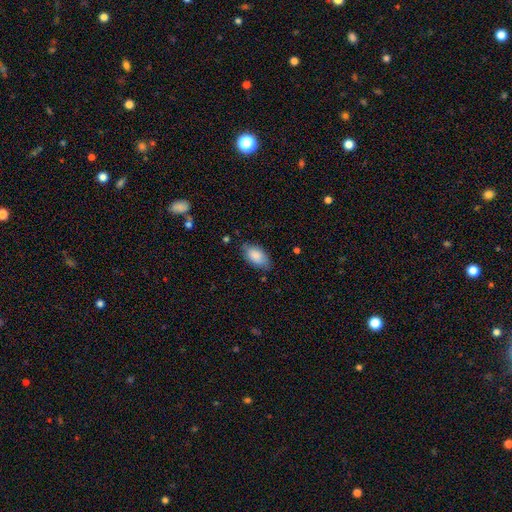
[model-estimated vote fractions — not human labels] smooth-or-featured: smooth: 85% | featured or disk: 8% | star or artifact: 6%
  how-rounded: in between: 94% | round: 3% | cigar-shaped: 3%
  merging: none: 75% | minor disturbance: 20% | major disturbance: 4% | merger: 1%